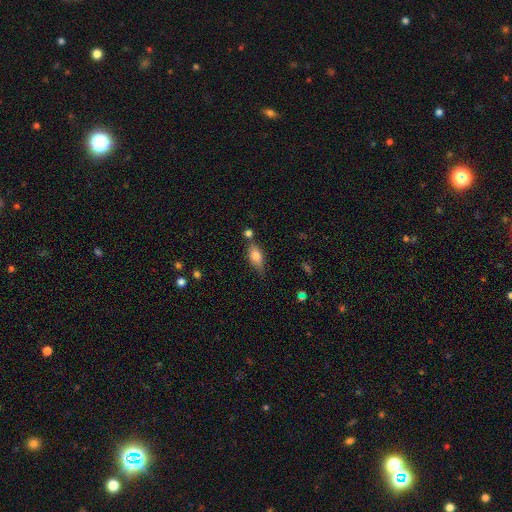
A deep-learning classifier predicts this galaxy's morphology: This is likely a smooth galaxy (73%). How rounded: clearly in between (81%). Merging: possibly none (58%).